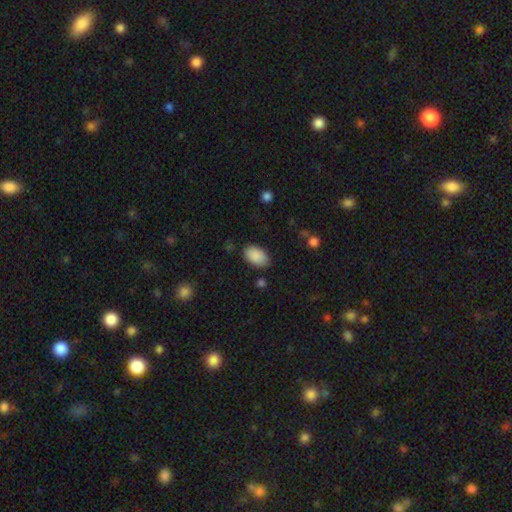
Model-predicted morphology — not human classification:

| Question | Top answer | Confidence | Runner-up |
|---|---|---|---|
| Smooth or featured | smooth | 89% | star or artifact (7%) |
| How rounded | in between | 92% | round (7%) |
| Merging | none | 83% | minor disturbance (13%) |